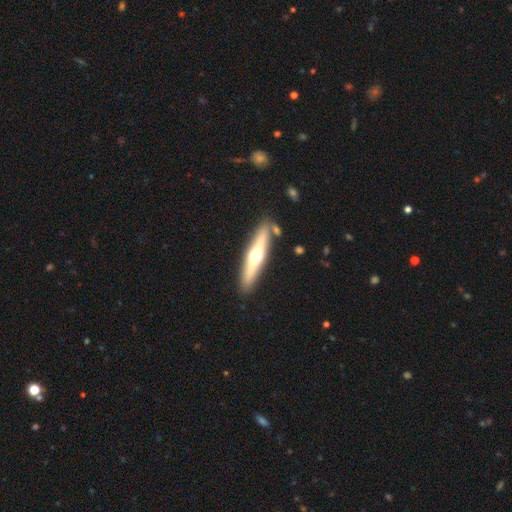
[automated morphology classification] Smooth or featured?
  - featured or disk: 57% *
  - smooth: 38%
  - star or artifact: 5%
Edge-on disk?
  - yes: 93% *
  - no: 7%
Edge-on bulge?
  - rounded: 91% *
  - none: 6%
  - boxy: 3%
Merging?
  - none: 85% *
  - minor disturbance: 9%
  - merger: 4%
  - major disturbance: 2%